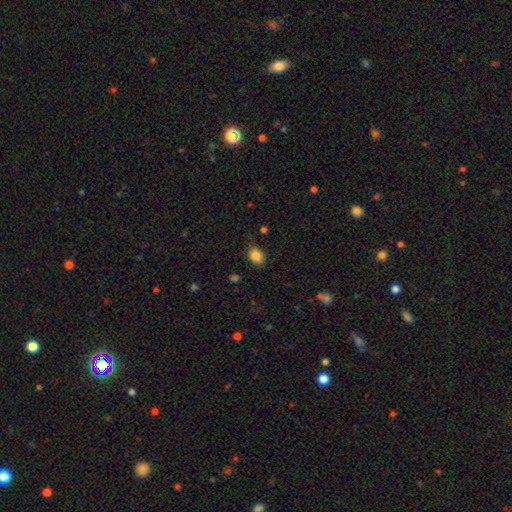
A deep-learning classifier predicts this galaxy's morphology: smooth-or-featured: smooth: 86% | star or artifact: 10% | featured or disk: 4%
  how-rounded: in between: 66% | round: 33% | cigar-shaped: 1%
  merging: none: 74% | minor disturbance: 20% | major disturbance: 4% | merger: 2%